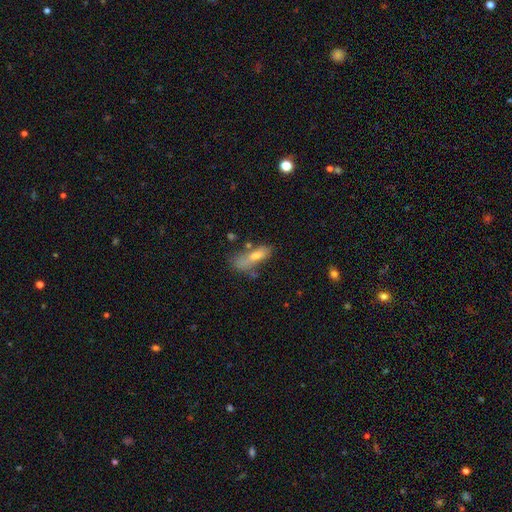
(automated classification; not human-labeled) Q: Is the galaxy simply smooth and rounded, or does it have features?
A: smooth — 63%.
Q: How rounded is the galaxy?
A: in between — 52%.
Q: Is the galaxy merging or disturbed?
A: none — 42%.